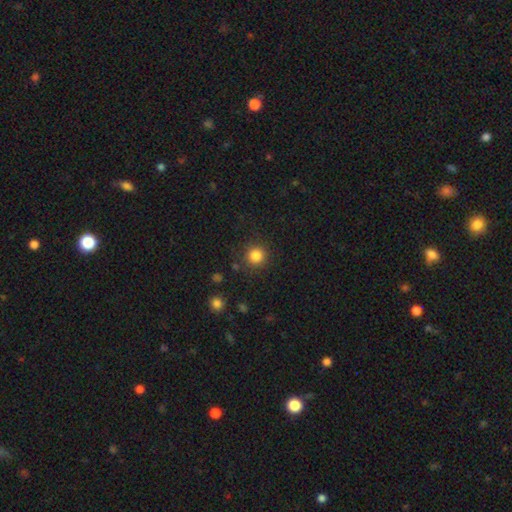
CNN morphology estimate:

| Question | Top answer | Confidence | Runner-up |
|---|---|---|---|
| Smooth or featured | smooth | 84% | star or artifact (12%) |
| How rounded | round | 94% | in between (5%) |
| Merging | none | 88% | minor disturbance (7%) |